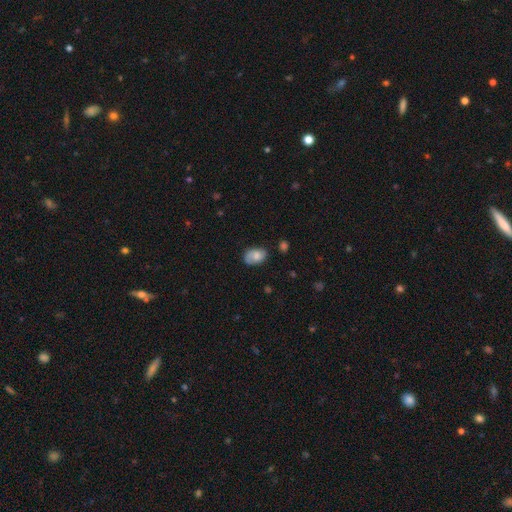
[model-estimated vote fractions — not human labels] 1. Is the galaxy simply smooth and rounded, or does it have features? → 64% smooth, 28% featured or disk, 8% star or artifact.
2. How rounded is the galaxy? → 85% in between, 14% round, 1% cigar-shaped.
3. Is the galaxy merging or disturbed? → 68% none, 24% minor disturbance, 6% major disturbance, 2% merger.